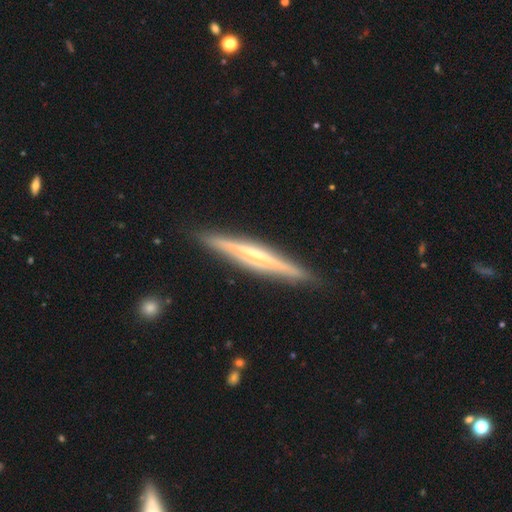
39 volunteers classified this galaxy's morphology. Volunteers were most divided on "edge-on bulge": rounded: 48%, none: 41%, boxy: 10%. More confident: edge-on disk — yes (97%); merging — none (89%); smooth or featured — featured or disk (77%).